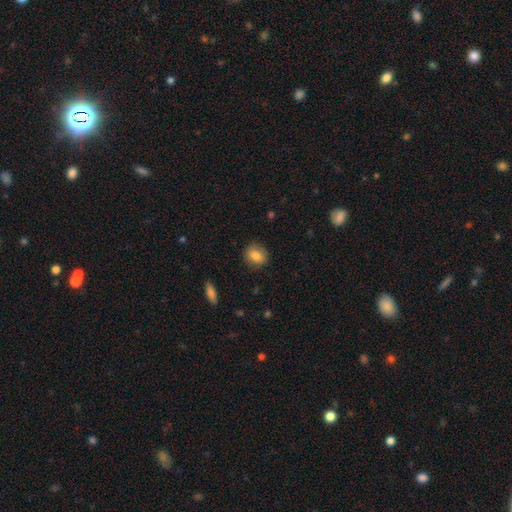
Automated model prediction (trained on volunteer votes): smooth-or-featured: smooth: 81% | featured or disk: 10% | star or artifact: 8%
  how-rounded: round: 72% | in between: 27% | cigar-shaped: 1%
  merging: none: 85% | minor disturbance: 11% | major disturbance: 3% | merger: 1%